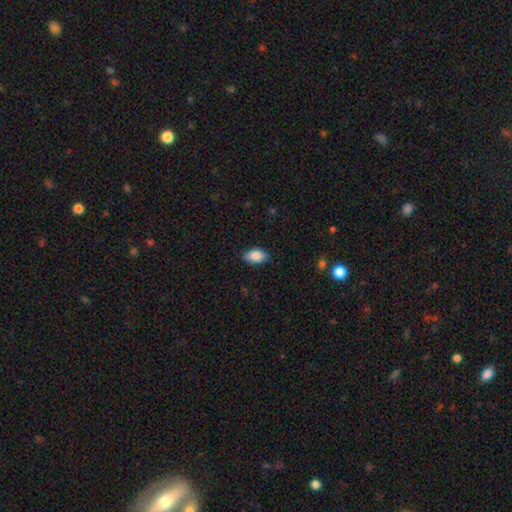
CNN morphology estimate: A smooth galaxy with no disk features (86%) that is in between round and cigar-shaped (92%). Merging: none (85%).